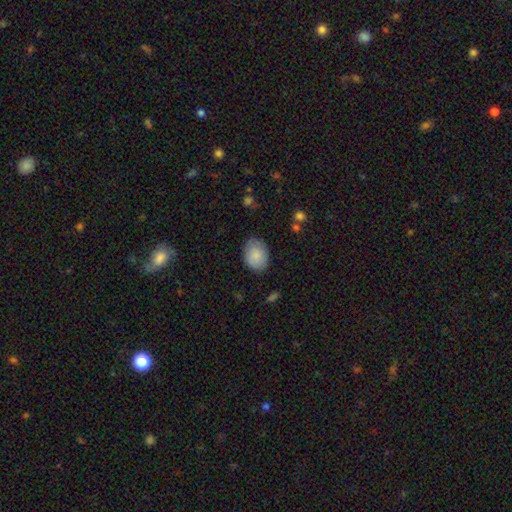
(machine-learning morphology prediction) The model was most divided on "how rounded": in between: 68%, round: 31%, cigar-shaped: 1%. More confident: smooth or featured — smooth (84%); merging — none (76%).